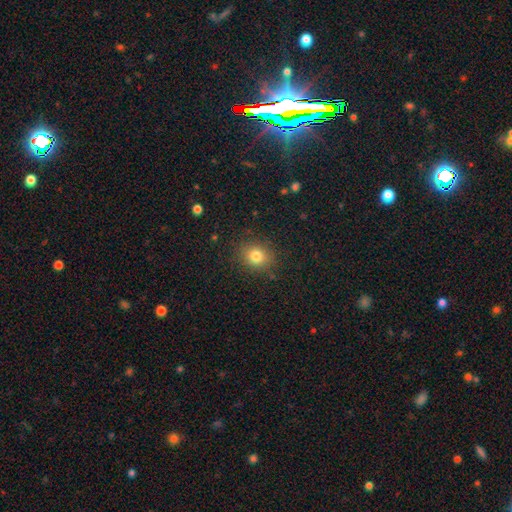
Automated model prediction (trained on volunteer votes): Smooth or featured?
  - smooth: 80% *
  - star or artifact: 12%
  - featured or disk: 7%
How rounded?
  - round: 71% *
  - in between: 28%
  - cigar-shaped: 1%
Merging?
  - none: 86% *
  - minor disturbance: 9%
  - major disturbance: 3%
  - merger: 1%